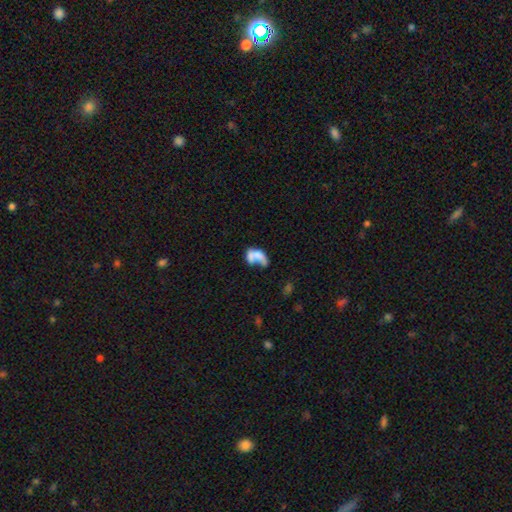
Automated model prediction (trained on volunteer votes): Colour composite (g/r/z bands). It shows a smooth galaxy with no disk features (53%) that is in between round and cigar-shaped (82%). Merging: merger (46%).